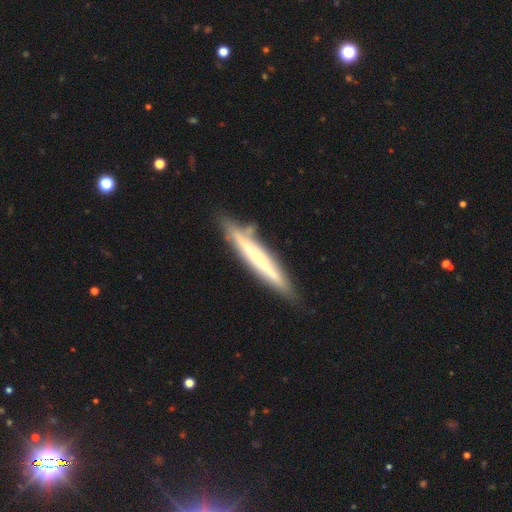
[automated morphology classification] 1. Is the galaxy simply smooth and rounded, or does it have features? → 54% featured or disk, 40% smooth, 6% star or artifact.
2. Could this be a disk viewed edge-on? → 93% yes, 7% no.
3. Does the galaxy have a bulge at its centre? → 75% none, 15% rounded, 9% boxy.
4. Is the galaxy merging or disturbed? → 79% none, 14% minor disturbance, 4% merger, 3% major disturbance.